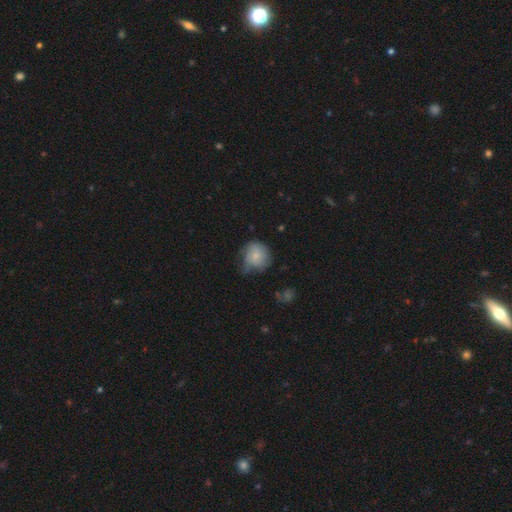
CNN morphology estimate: Smooth or featured? Predicted: smooth (p=0.74). How rounded? Predicted: round (p=0.83). Merging? Predicted: none (p=0.47).